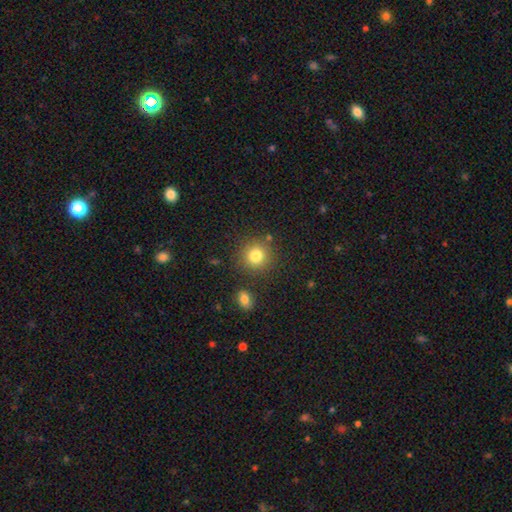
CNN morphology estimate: Overall: smooth (81%). How rounded: round (91%). Merging: none (83%).